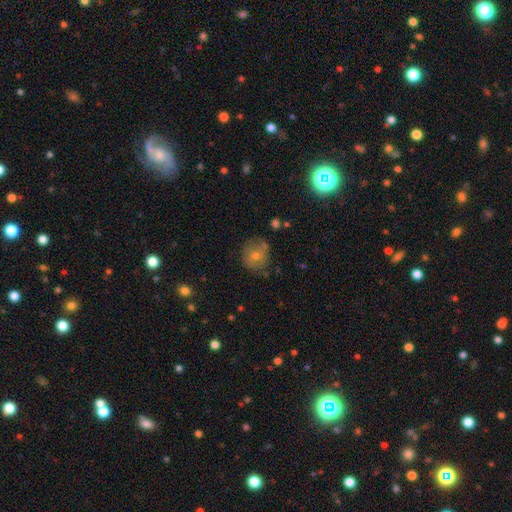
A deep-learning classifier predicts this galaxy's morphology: Overall: smooth (42%; featured or disk 36%). Merging: none (73%).